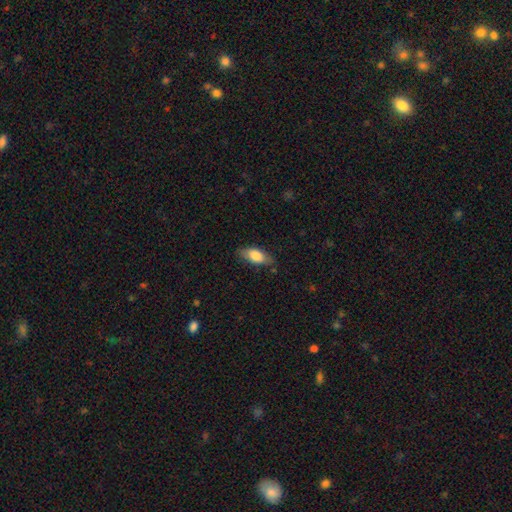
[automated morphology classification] Overall: smooth (80%). How rounded: in between (84%). Merging: none (77%).